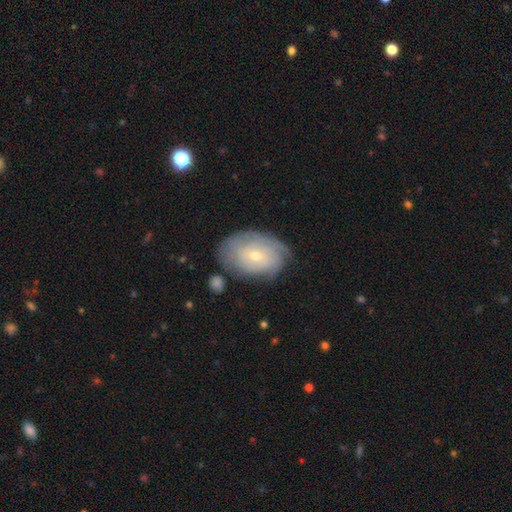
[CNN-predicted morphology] Smooth or featured? featured or disk (63%)
Edge-on disk? no (95%)
Bar? no (73%)
Spiral arms? yes (78%)
Bulge size? small (63%)
Merging? none (67%)